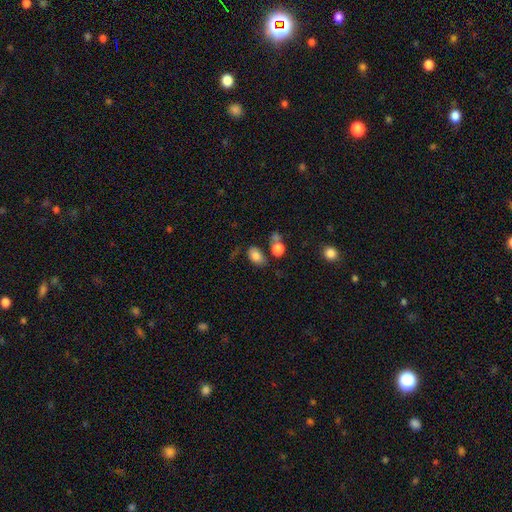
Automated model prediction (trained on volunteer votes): This is clearly a smooth galaxy (81%). How rounded: clearly in between (82%). Merging: likely none (66%).